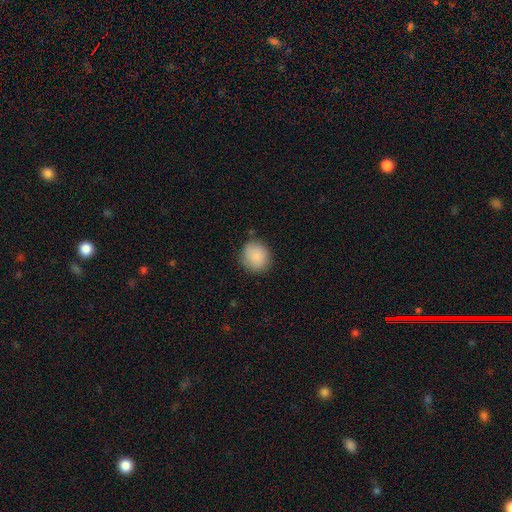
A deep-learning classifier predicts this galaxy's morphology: smooth-or-featured: smooth: 88% | star or artifact: 7% | featured or disk: 4%
  how-rounded: round: 83% | in between: 17% | cigar-shaped: 1%
  merging: none: 83% | minor disturbance: 13% | major disturbance: 3% | merger: 1%